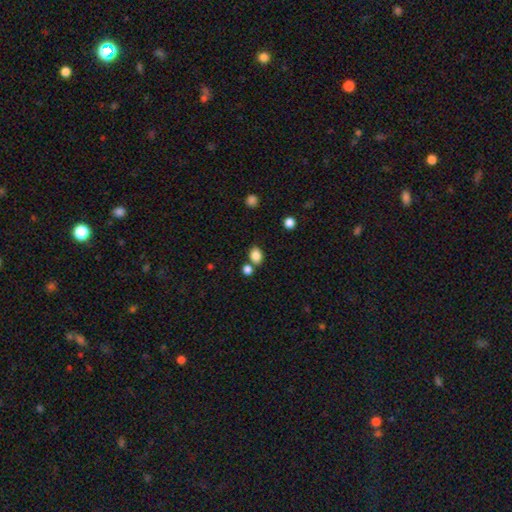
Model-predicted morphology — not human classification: Smooth or featured: smooth — 85% (star or artifact — 10%)
How rounded: in between — 59% (round — 40%)
Merging: none — 66% (merger — 20%)